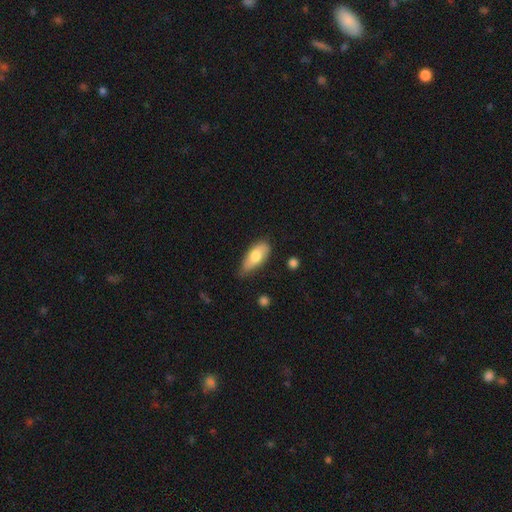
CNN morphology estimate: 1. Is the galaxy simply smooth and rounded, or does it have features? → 72% smooth, 23% featured or disk, 6% star or artifact.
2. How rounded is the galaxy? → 83% in between, 14% cigar-shaped, 3% round.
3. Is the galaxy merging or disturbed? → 57% none, 34% minor disturbance, 6% major disturbance, 2% merger.